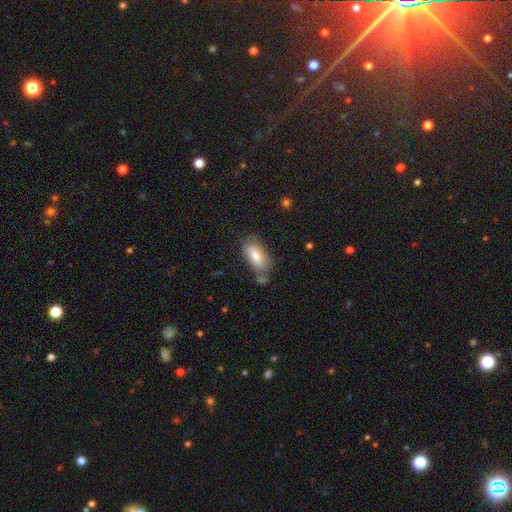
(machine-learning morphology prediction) Overall: smooth (79%). How rounded: in between (85%). Merging: none (63%).